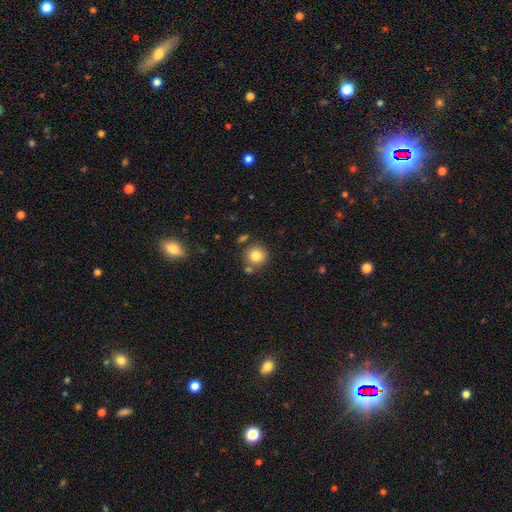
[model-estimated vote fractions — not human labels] Smooth or featured?
  - smooth: 82% *
  - star or artifact: 10%
  - featured or disk: 8%
How rounded?
  - round: 90% *
  - in between: 9%
  - cigar-shaped: 1%
Merging?
  - none: 74% *
  - merger: 12%
  - minor disturbance: 10%
  - major disturbance: 3%